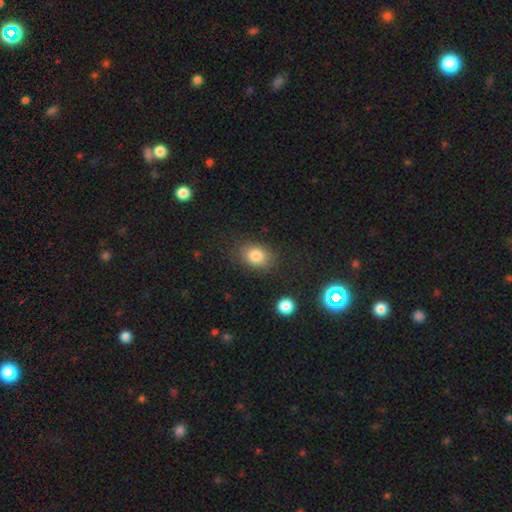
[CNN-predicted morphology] smooth-or-featured: smooth: 83% | star or artifact: 10% | featured or disk: 8%
  how-rounded: in between: 65% | round: 34% | cigar-shaped: 1%
  merging: none: 81% | minor disturbance: 13% | major disturbance: 4% | merger: 2%